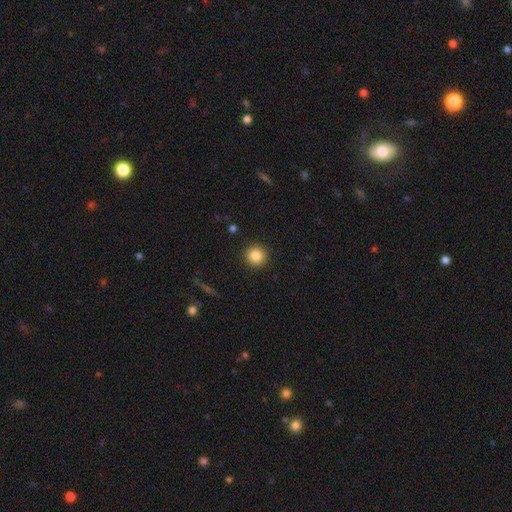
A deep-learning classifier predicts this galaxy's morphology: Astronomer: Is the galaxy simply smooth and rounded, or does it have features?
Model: smooth — 85%.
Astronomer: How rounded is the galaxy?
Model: round — 95%.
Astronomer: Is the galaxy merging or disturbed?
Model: none — 92%.